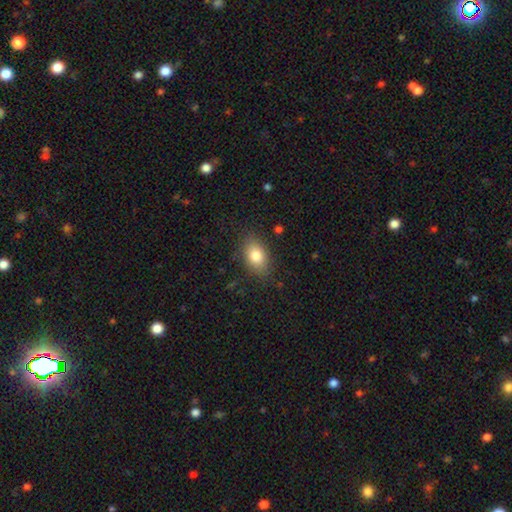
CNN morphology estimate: This is clearly a smooth galaxy (81%). How rounded: clearly in between (85%). Merging: clearly none (84%).